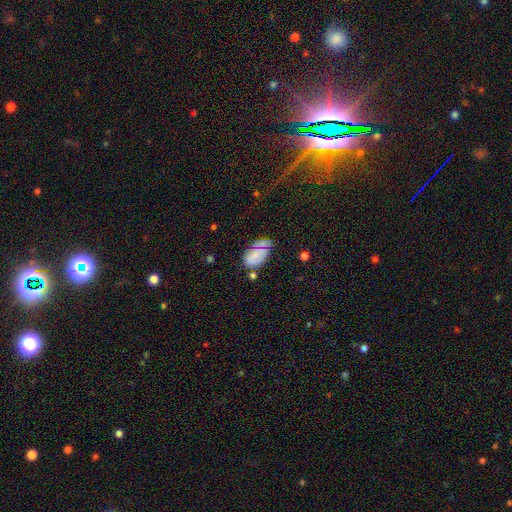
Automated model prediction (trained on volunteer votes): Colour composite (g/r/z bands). It shows a smooth galaxy with no disk features (60%) that is in between round and cigar-shaped (91%). Merging: none (55%).